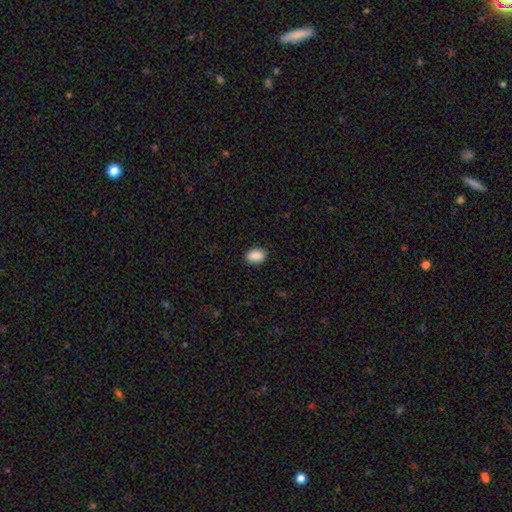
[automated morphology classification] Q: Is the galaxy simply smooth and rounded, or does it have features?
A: smooth — 90%.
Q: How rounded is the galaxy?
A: in between — 82%.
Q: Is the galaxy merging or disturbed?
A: none — 88%.